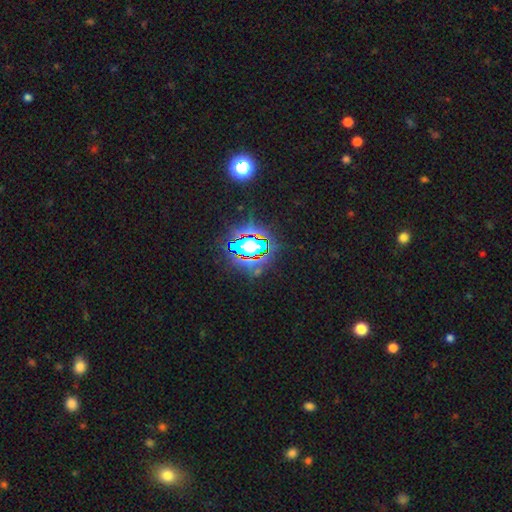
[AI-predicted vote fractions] star or artifact 80%, smooth 12%, featured or disk 8%.